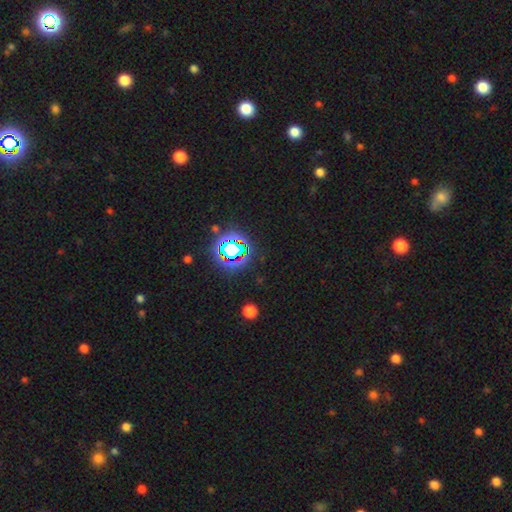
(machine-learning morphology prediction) Smooth or featured? Predicted: star or artifact (p=0.80).